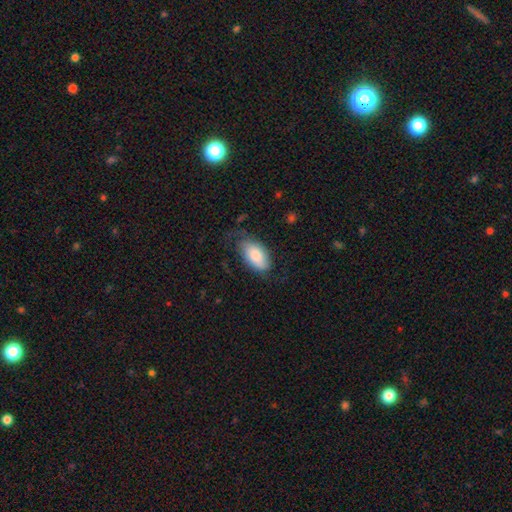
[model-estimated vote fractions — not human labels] The model was most divided on "merging": none: 56%, minor disturbance: 27%, major disturbance: 15%, merger: 2%. More confident: how rounded — in between (94%); smooth or featured — smooth (75%).